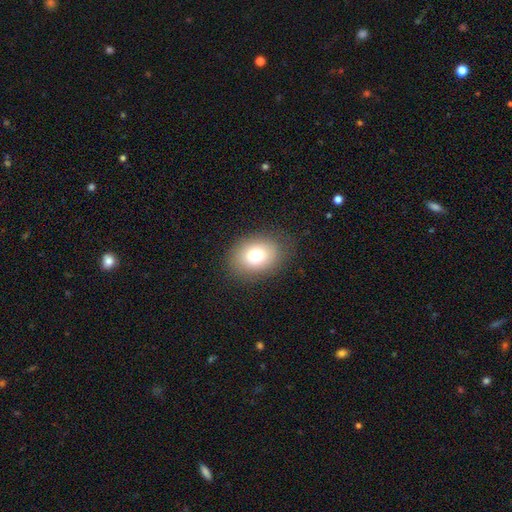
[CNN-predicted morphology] This appears to be a smooth galaxy with no disk features (77%) that is in between round and cigar-shaped (65%). Merging: none (82%).